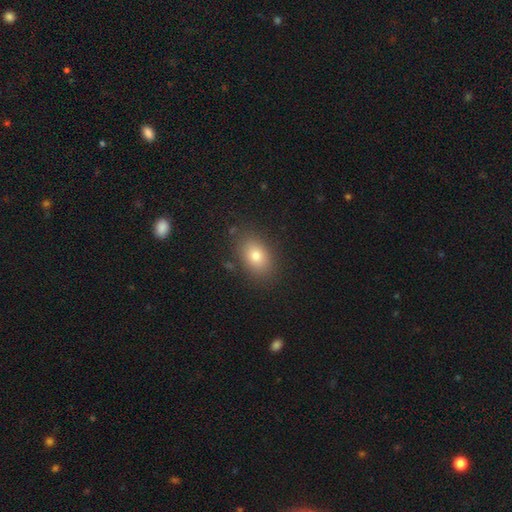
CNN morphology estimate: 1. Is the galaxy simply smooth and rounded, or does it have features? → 78% smooth, 11% star or artifact, 10% featured or disk.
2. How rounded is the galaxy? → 80% in between, 18% round, 2% cigar-shaped.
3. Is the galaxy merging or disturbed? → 85% none, 10% minor disturbance, 3% major disturbance, 2% merger.